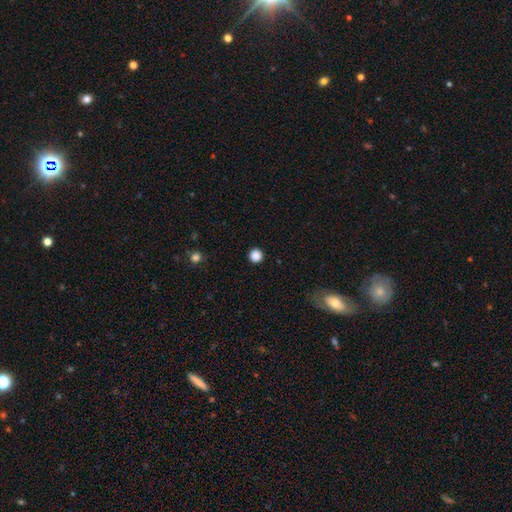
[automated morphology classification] This appears to be a smooth galaxy with no disk features (87%) that is round (95%). Merging: none (93%).